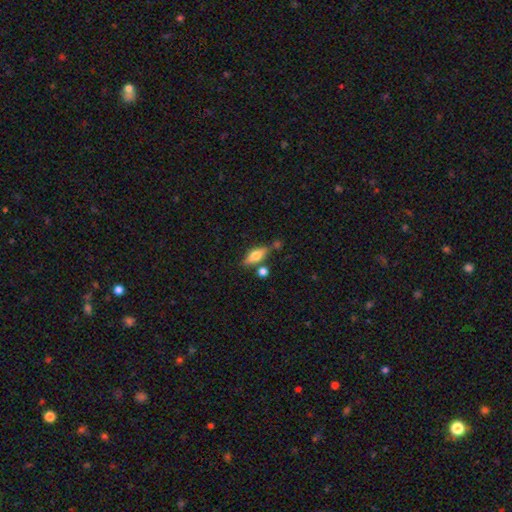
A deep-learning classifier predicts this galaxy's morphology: This appears to be a smooth galaxy with no disk features (57%) that is in between round and cigar-shaped (59%). Merging: none (70%).